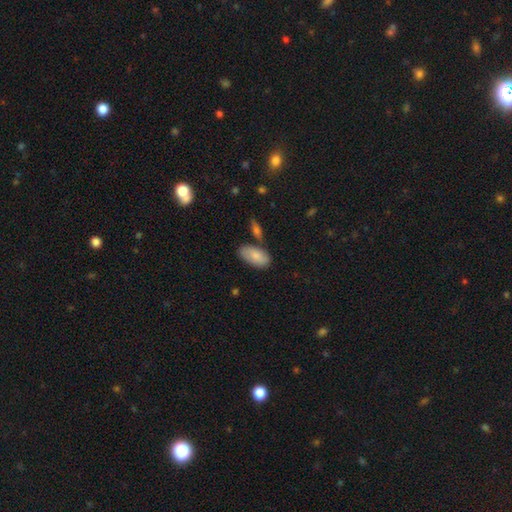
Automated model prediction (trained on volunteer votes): This is likely a smooth galaxy (79%). How rounded: clearly in between (93%). Merging: likely none (67%).